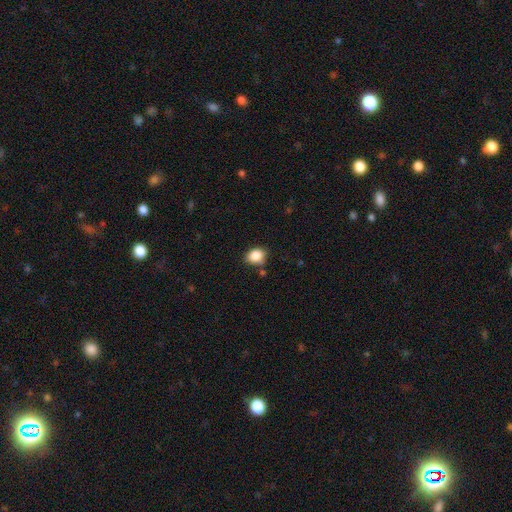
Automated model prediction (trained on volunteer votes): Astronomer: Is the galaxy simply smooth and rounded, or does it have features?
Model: smooth — 86%.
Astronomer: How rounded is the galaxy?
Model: in between — 55% (runner-up: round, 44%).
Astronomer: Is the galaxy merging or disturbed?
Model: none — 73%.